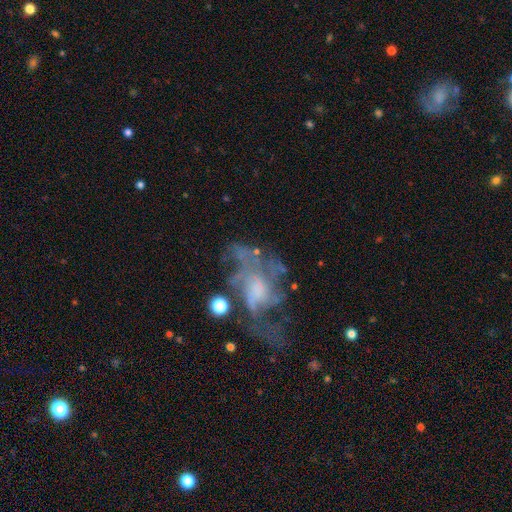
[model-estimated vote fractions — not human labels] This is likely a featured or disk galaxy (71%). It is clearly not viewed edge-on (95%). Bar: likely no (68%). Spiral arm pattern: likely yes (70%). Central bulge: marginally moderate (37%). Merging: possibly none (47%).